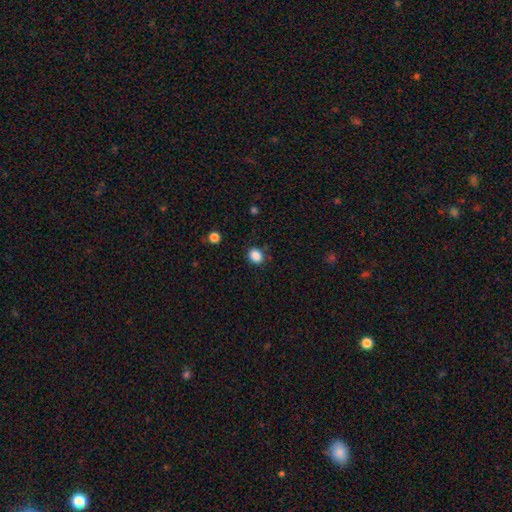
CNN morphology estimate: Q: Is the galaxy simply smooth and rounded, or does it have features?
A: smooth — 87%.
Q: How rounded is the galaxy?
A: round — 59%.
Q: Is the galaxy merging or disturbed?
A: none — 84%.